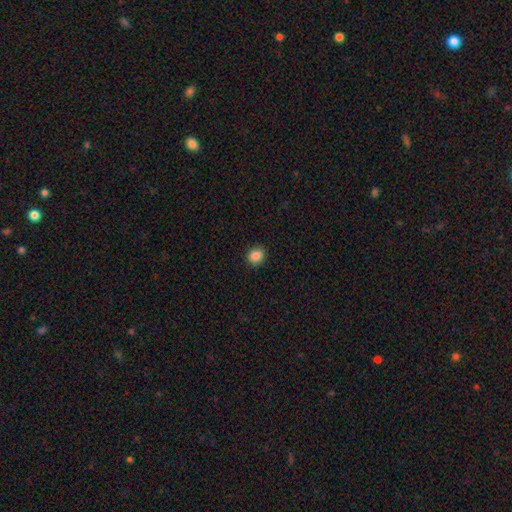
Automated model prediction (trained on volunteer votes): A smooth galaxy with no disk features (87%) that is round (77%).

Vote fractions:
- Smooth or featured? smooth: 87% / star or artifact: 10% / featured or disk: 3%
- How rounded? round: 77% / in between: 22% / cigar-shaped: 1%
- Merging? none: 89% / minor disturbance: 8% / major disturbance: 2% / merger: 1%